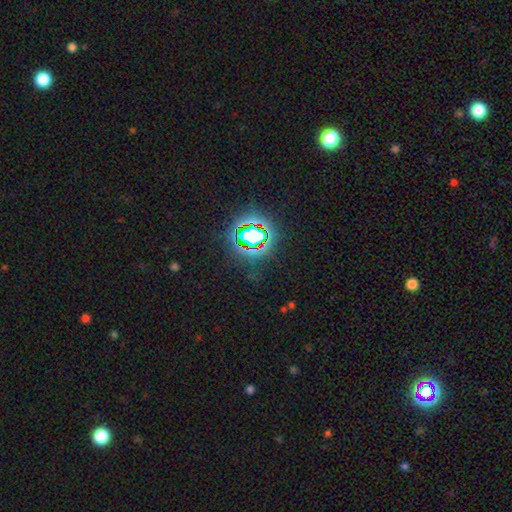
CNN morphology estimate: Smooth or featured? Predicted: star or artifact (p=0.81).